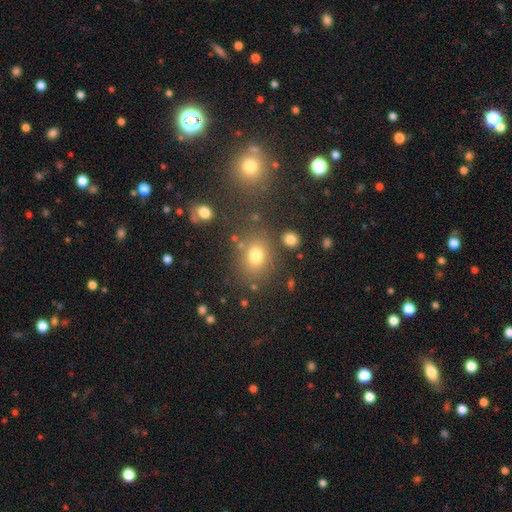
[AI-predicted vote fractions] smooth 73%, star or artifact 18%, featured or disk 9%. Down the decision tree: how rounded — round (53%); merging — none (75%).